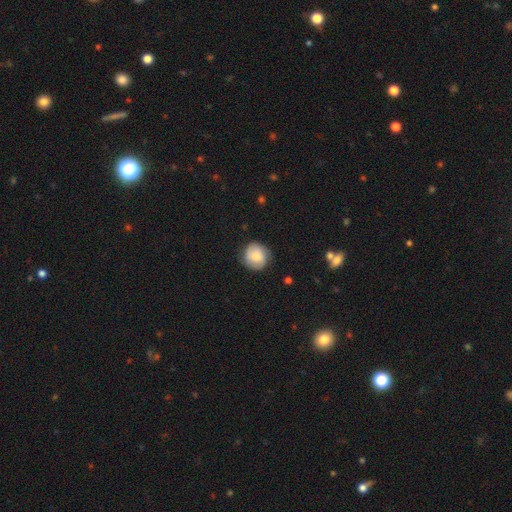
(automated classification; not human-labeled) Smooth or featured?
  - smooth: 65% *
  - featured or disk: 28%
  - star or artifact: 8%
How rounded?
  - round: 89% *
  - in between: 10%
  - cigar-shaped: 1%
Merging?
  - none: 81% *
  - minor disturbance: 14%
  - major disturbance: 4%
  - merger: 1%